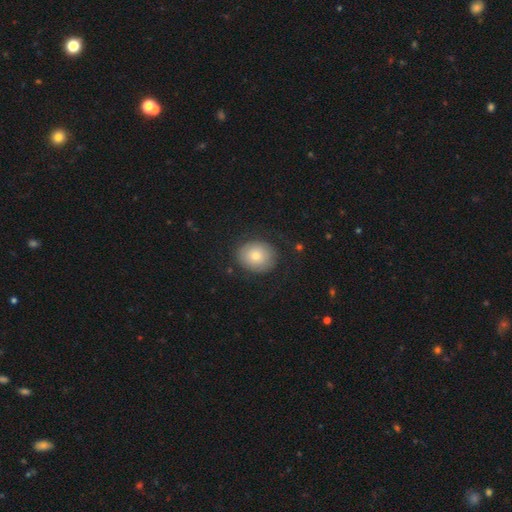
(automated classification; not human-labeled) smooth-or-featured: smooth: 74% | featured or disk: 17% | star or artifact: 8%
  how-rounded: round: 69% | in between: 31% | cigar-shaped: 1%
  merging: none: 83% | minor disturbance: 12% | major disturbance: 4% | merger: 1%